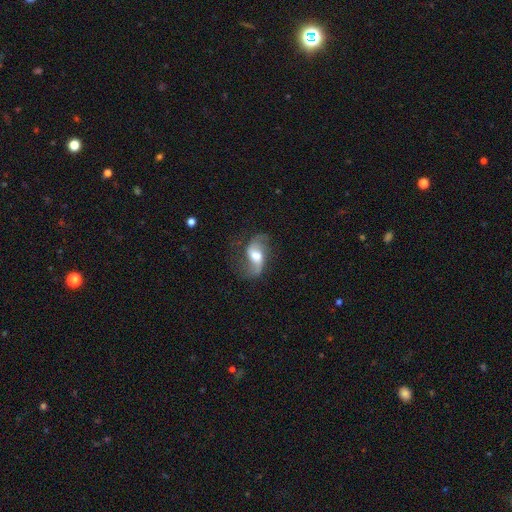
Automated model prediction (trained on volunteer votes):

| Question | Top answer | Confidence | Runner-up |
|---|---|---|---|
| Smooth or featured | featured or disk | 78% | smooth (15%) |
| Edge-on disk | no | 96% | yes (4%) |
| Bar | weak | 45% | no (36%) |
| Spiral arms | yes | 94% | no (6%) |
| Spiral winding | loose | 71% | medium (24%) |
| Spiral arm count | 2 | 91% | 1 (3%) |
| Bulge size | moderate | 53% | large (29%) |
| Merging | none | 65% | minor disturbance (19%) |